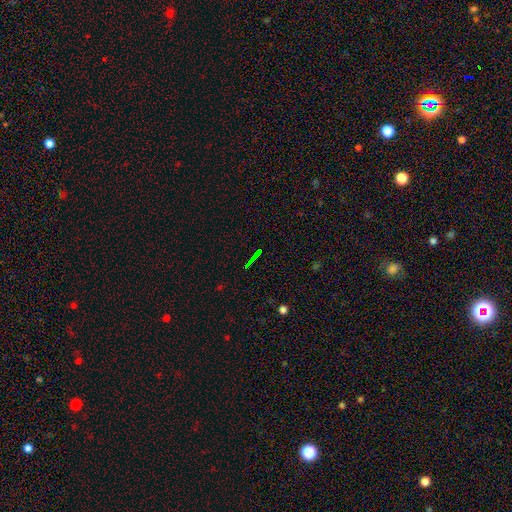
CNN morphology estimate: A star or artifact, not a galaxy (65%).

Vote fractions:
- Smooth or featured? star or artifact: 65% / smooth: 19% / featured or disk: 16%